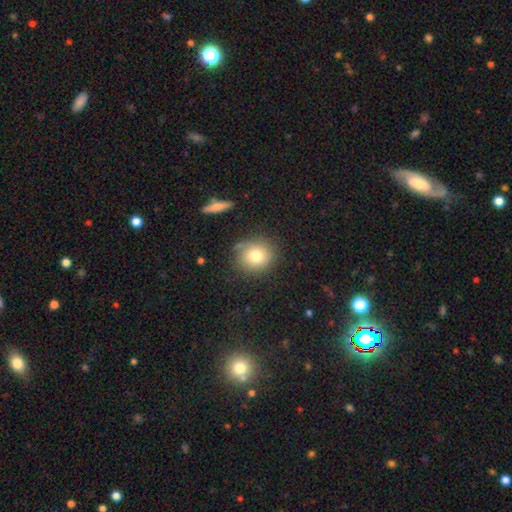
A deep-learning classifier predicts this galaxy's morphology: type=smooth (75%); roundness=round (83%); merging=none (79%).